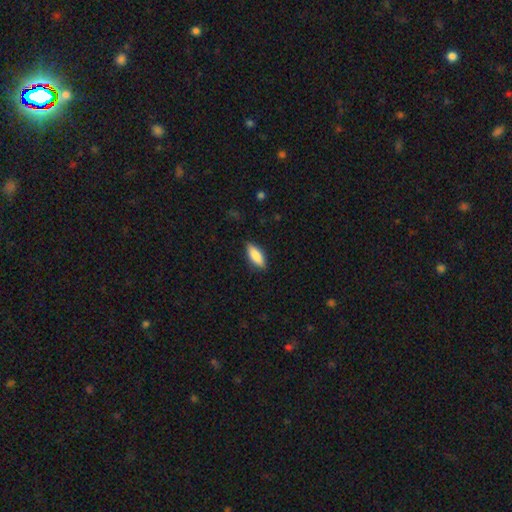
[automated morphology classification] A smooth galaxy with no disk features (83%) that is in between round and cigar-shaped (71%).

Vote fractions:
- Smooth or featured? smooth: 83% / featured or disk: 11% / star or artifact: 6%
- How rounded? in between: 71% / cigar-shaped: 27% / round: 2%
- Merging? none: 85% / minor disturbance: 11% / major disturbance: 2% / merger: 1%